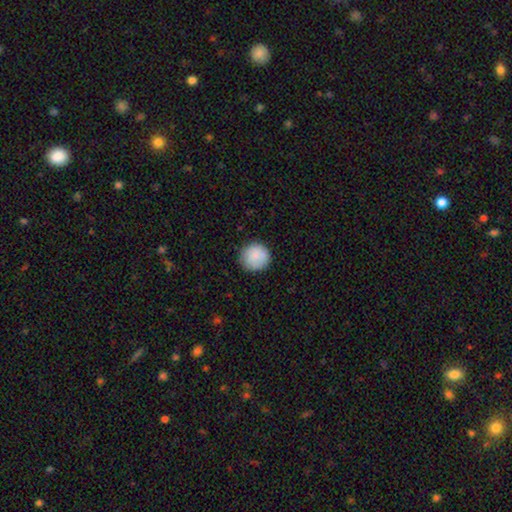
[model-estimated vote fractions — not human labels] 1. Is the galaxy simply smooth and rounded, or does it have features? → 86% smooth, 7% featured or disk, 6% star or artifact.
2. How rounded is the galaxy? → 94% round, 5% in between, 1% cigar-shaped.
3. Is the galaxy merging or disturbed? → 85% none, 12% minor disturbance, 2% major disturbance, 1% merger.